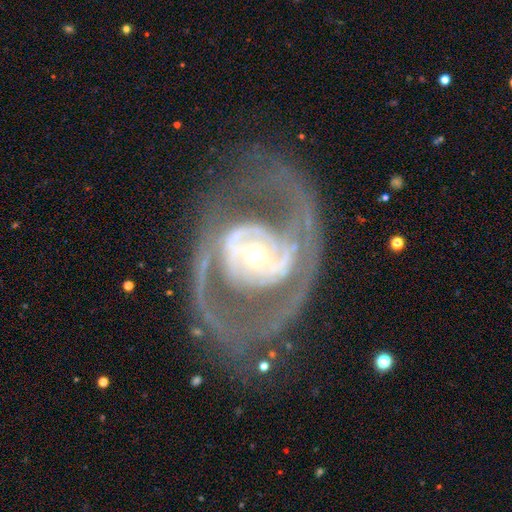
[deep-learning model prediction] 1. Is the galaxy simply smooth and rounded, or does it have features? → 85% featured or disk, 10% smooth, 6% star or artifact.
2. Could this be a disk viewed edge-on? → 95% no, 5% yes.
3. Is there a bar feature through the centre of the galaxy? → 34% strong, 33% no, 33% weak.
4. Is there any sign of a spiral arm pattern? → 75% yes, 25% no.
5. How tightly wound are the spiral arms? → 46% medium, 33% tight, 22% loose.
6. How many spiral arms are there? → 75% 2, 13% can't tell, 5% 1, 3% 3, 2% 4, 2% more than 4.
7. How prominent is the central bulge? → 48% moderate, 41% small, 8% large, 2% dominant, 1% none.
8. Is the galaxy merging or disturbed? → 63% none, 20% major disturbance, 15% minor disturbance, 2% merger.